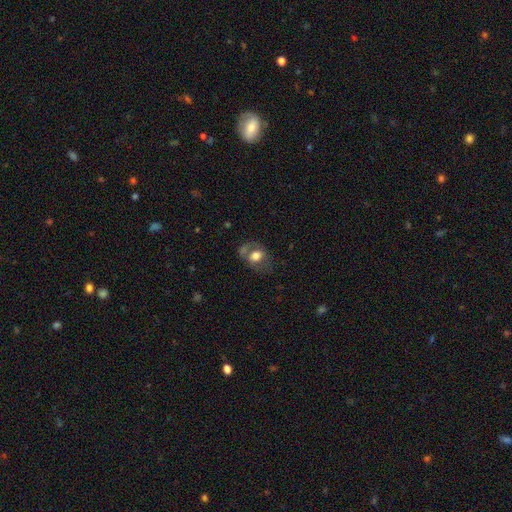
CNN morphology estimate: Q: Smooth or featured?
A: smooth (57%); runner-up: featured or disk (35%)
Q: How rounded?
A: in between (61%); runner-up: round (38%)
Q: Merging?
A: none (50%); runner-up: minor disturbance (23%)